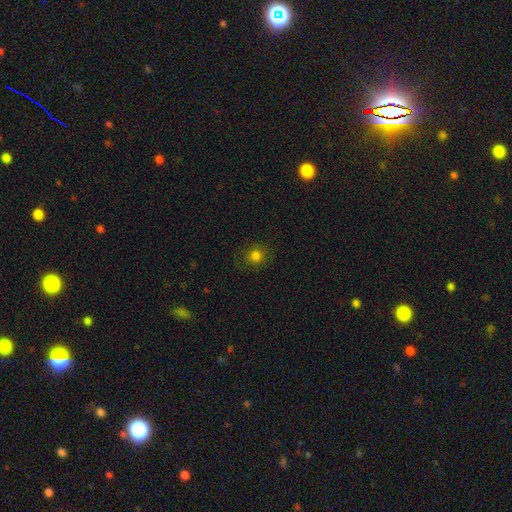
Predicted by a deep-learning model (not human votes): Smooth or featured? Predicted: smooth (p=0.81). How rounded? Predicted: round (p=0.89). Merging? Predicted: none (p=0.86).